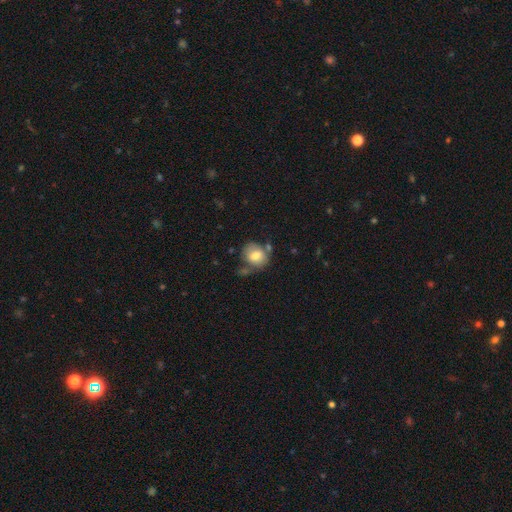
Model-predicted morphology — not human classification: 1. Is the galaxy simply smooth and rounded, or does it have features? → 73% smooth, 19% featured or disk, 8% star or artifact.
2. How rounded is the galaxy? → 71% round, 28% in between, 1% cigar-shaped.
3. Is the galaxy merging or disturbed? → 52% none, 21% minor disturbance, 17% merger, 9% major disturbance.